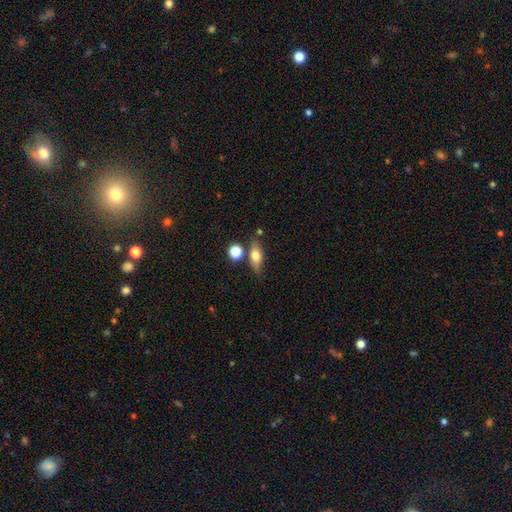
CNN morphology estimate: type=smooth (63%); roundness=in between (65%); merging=none (72%).